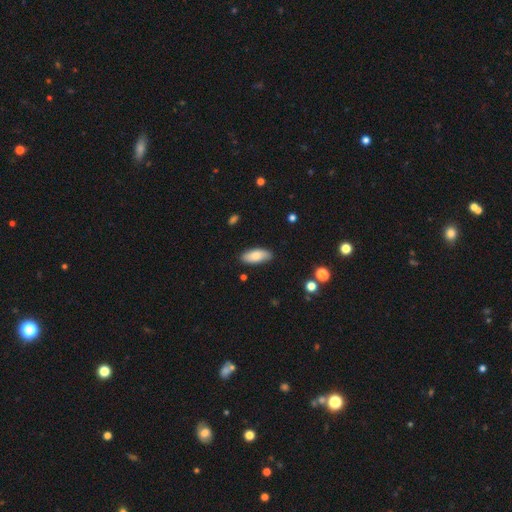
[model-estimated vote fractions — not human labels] The model was most divided on "smooth or featured": smooth: 80%, featured or disk: 13%, star or artifact: 6%. More confident: how rounded — in between (84%); merging — none (84%).